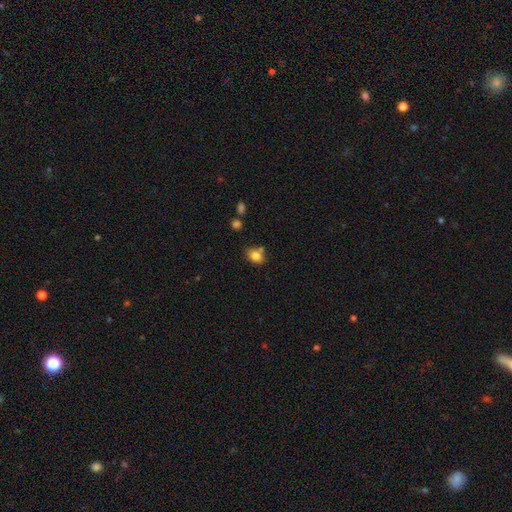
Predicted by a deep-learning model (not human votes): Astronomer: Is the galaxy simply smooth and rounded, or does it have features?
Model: smooth — 81%.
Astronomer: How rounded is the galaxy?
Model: in between — 61% (runner-up: round, 38%).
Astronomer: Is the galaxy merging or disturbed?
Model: none — 61%.